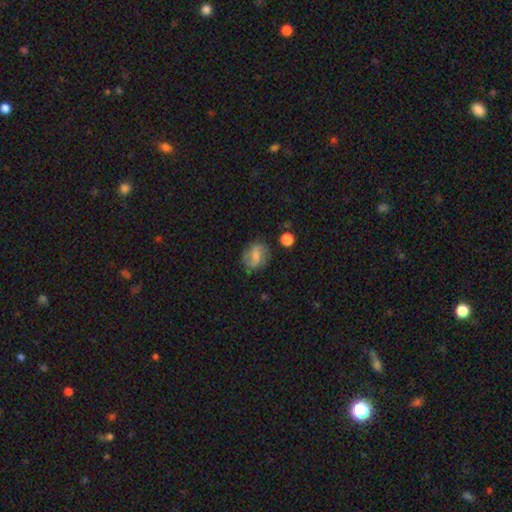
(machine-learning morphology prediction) The model was most divided on "bulge size": small: 45%, moderate: 33%, none: 17%, large: 4%, dominant: 1%. Remaining: edge-on disk — no (97%); spiral arms — yes (85%); merging — none (72%); smooth or featured — featured or disk (52%); bar — weak (48%).